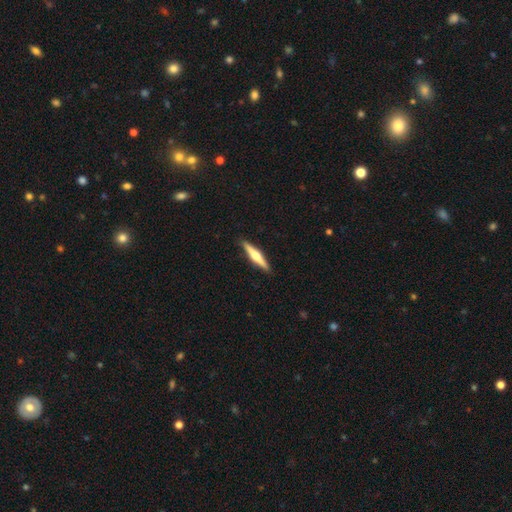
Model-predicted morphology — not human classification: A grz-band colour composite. It shows a featured or disk galaxy (66%) viewed edge-on (98%) with a rounded central bulge (91%). Merging: none (91%).